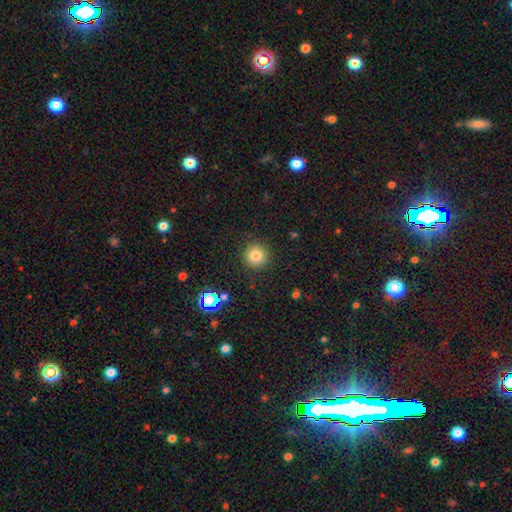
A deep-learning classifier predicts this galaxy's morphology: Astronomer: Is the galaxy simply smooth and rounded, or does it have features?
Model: smooth — 79%.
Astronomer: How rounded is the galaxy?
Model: round — 95%.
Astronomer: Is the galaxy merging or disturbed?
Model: none — 91%.